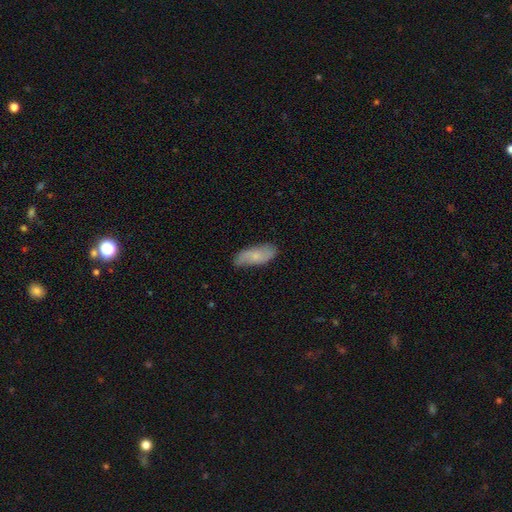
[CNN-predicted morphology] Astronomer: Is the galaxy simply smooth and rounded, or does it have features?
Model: smooth — 64%.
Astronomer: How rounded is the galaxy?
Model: in between — 78%.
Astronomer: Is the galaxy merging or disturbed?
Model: none — 78%.